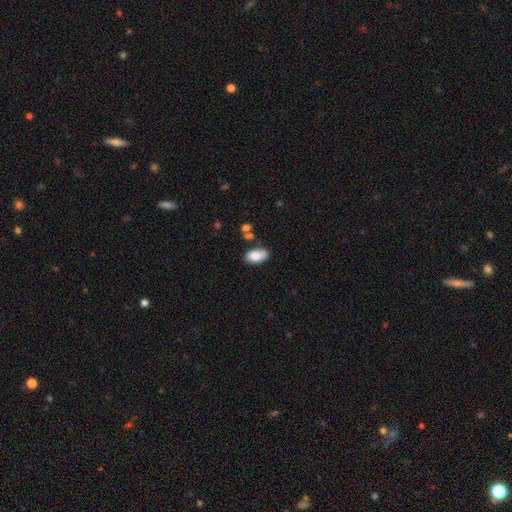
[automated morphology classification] Q: Smooth or featured?
A: smooth (82%); runner-up: featured or disk (10%)
Q: How rounded?
A: in between (93%); runner-up: round (6%)
Q: Merging?
A: none (60%); runner-up: minor disturbance (25%)